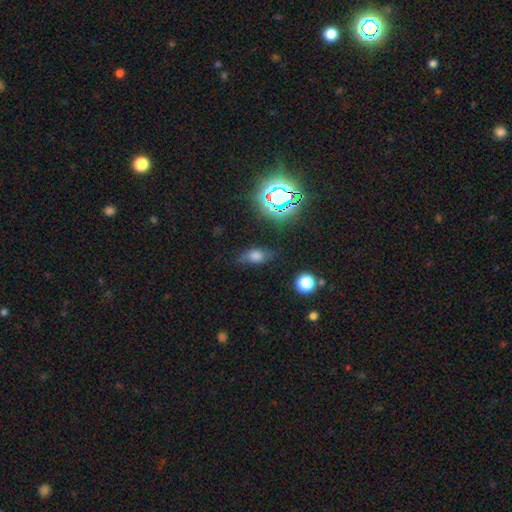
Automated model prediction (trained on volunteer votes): A smooth galaxy with no disk features (63%) that is in between round and cigar-shaped (80%). Merging: none (72%).